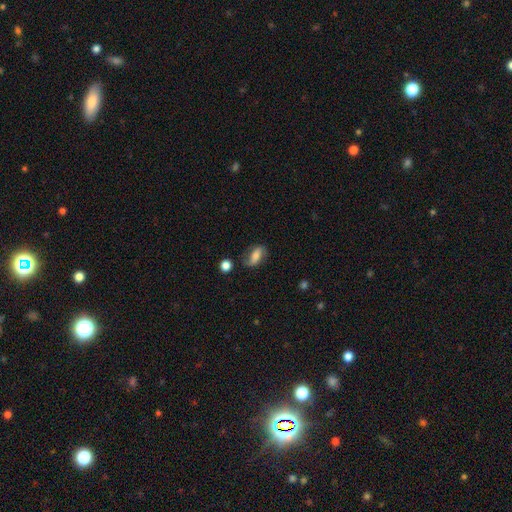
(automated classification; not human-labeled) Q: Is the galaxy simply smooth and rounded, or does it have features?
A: smooth — 50%.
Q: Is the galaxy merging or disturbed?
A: none — 67%.